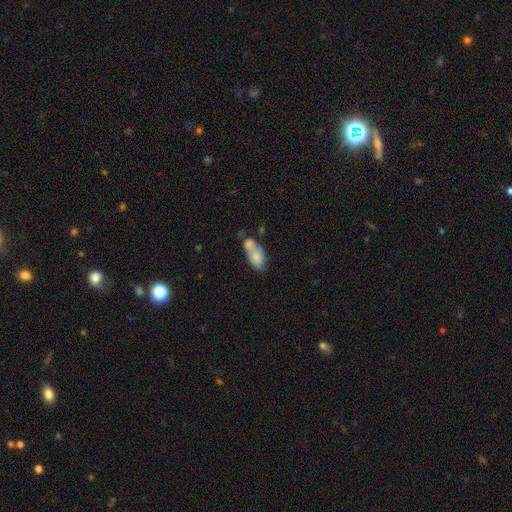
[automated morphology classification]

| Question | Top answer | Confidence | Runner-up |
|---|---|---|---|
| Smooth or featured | smooth | 71% | featured or disk (21%) |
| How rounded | in between | 88% | cigar-shaped (6%) |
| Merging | merger | 50% | none (26%) |